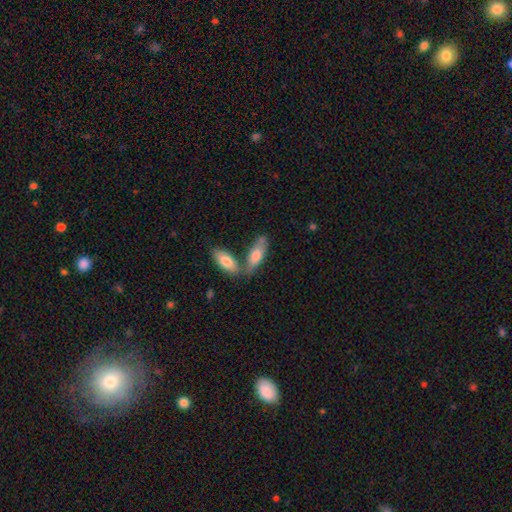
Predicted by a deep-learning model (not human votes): smooth 71%, featured or disk 23%, star or artifact 6%. Down the decision tree: how rounded — in between (66%); merging — none (43%).